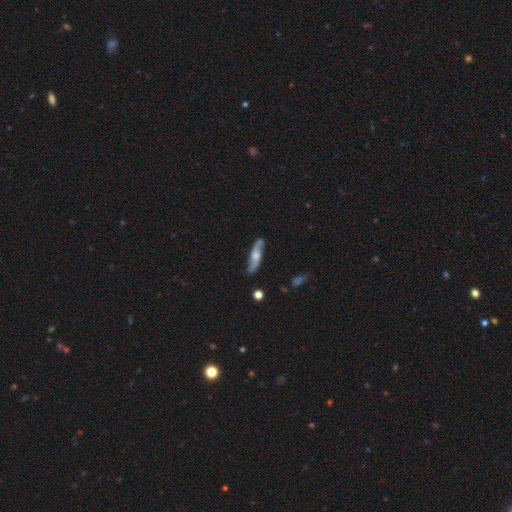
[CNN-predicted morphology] Smooth or featured?
  - featured or disk: 60% *
  - smooth: 34%
  - star or artifact: 6%
Edge-on disk?
  - no: 63% *
  - yes: 37%
Merging?
  - none: 79% *
  - minor disturbance: 15%
  - major disturbance: 3%
  - merger: 2%